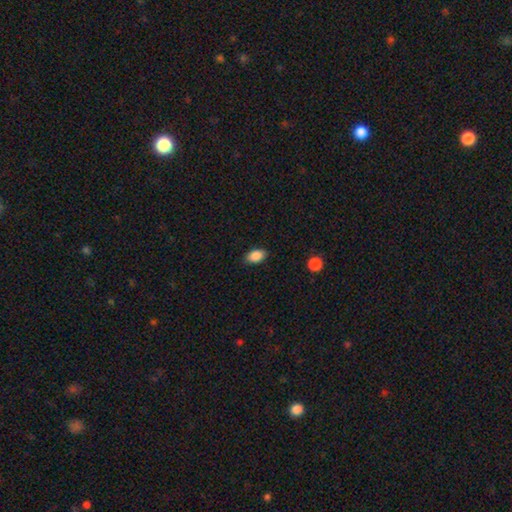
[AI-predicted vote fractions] The model was most divided on "merging": none: 84%, minor disturbance: 12%, major disturbance: 3%, merger: 1%. More confident: how rounded — in between (90%); smooth or featured — smooth (88%).